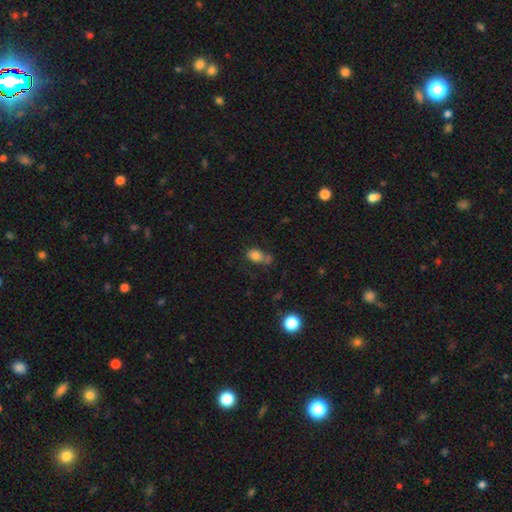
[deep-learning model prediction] smooth 76%, featured or disk 13%, star or artifact 11%. Down the decision tree: how rounded — in between (74%); merging — none (39%).